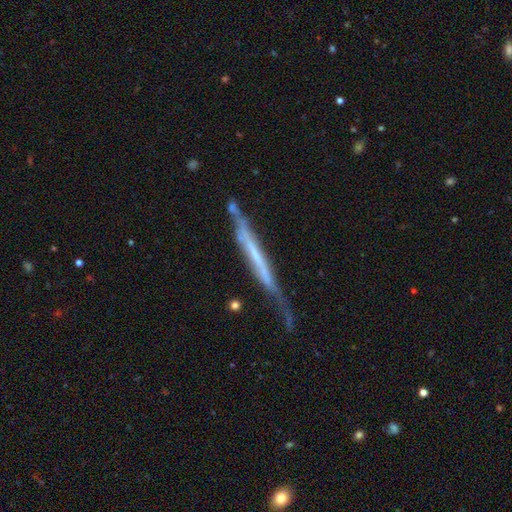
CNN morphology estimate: smooth_or_featured: featured or disk (p=0.64) [alt: smooth p=0.29]
disk_edge_on: yes (p=0.87) [alt: no p=0.13]
edge_on_bulge: none (p=0.80) [alt: boxy p=0.11]
merging: none (p=0.45) [alt: minor disturbance p=0.31]